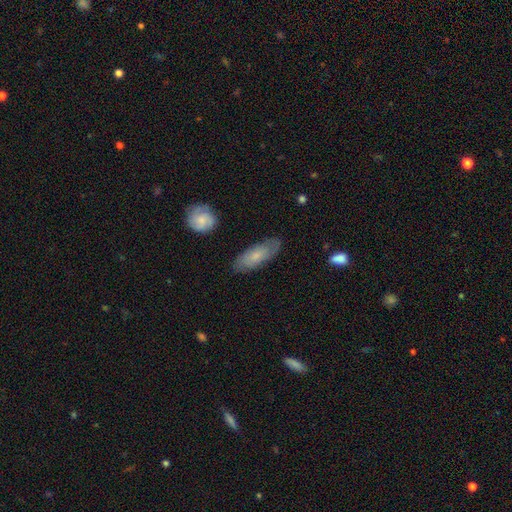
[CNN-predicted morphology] Smooth or featured? smooth (66%)
How rounded? in between (72%)
Merging? none (78%)